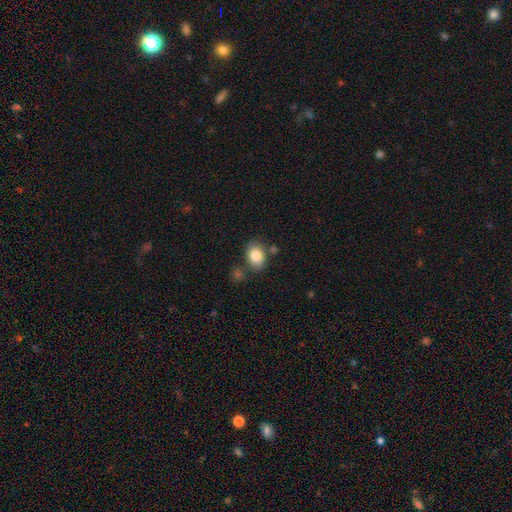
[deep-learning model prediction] smooth_or_featured: smooth (p=0.85) [alt: star or artifact p=0.08]
how_rounded: in between (p=0.73) [alt: round p=0.26]
merging: none (p=0.73) [alt: minor disturbance p=0.14]